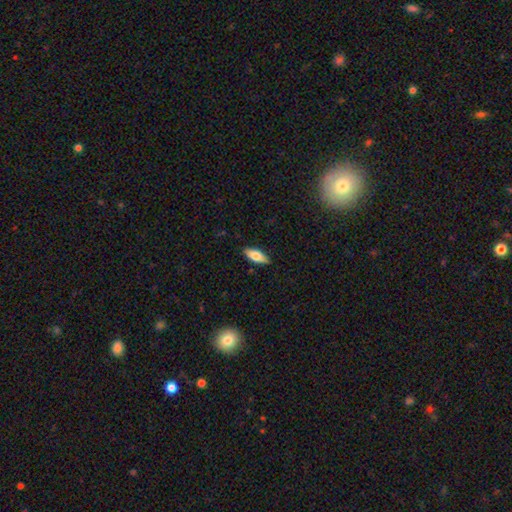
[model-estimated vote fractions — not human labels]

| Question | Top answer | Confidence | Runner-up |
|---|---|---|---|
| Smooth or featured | smooth | 76% | featured or disk (18%) |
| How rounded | in between | 75% | cigar-shaped (22%) |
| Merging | none | 87% | minor disturbance (10%) |